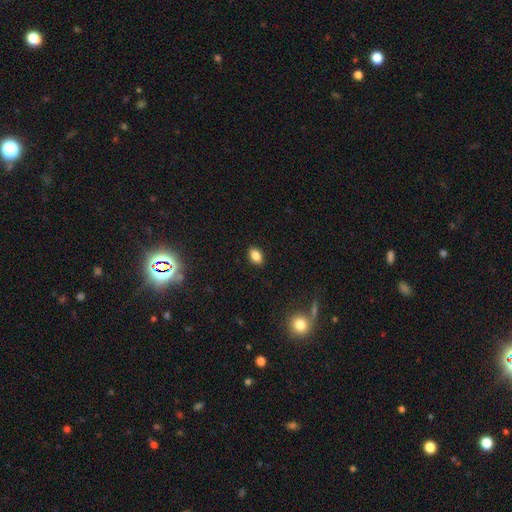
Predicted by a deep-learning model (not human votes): The model was most divided on "smooth or featured": smooth: 84%, star or artifact: 10%, featured or disk: 6%. More confident: merging — none (89%); how rounded — in between (87%).